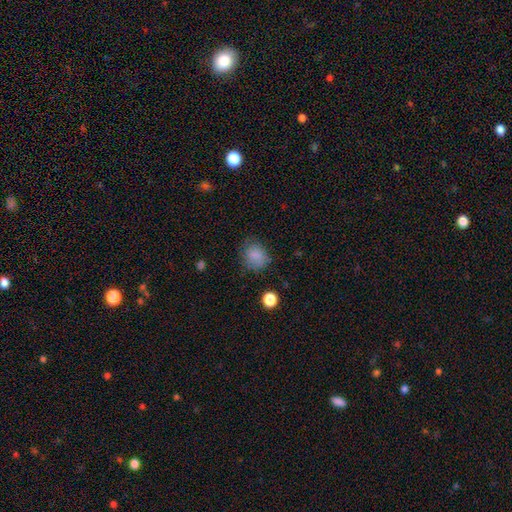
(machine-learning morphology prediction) Smooth or featured?
  - smooth: 83% *
  - star or artifact: 11%
  - featured or disk: 7%
How rounded?
  - round: 67% *
  - in between: 32%
  - cigar-shaped: 1%
Merging?
  - none: 68% *
  - minor disturbance: 22%
  - major disturbance: 8%
  - merger: 2%